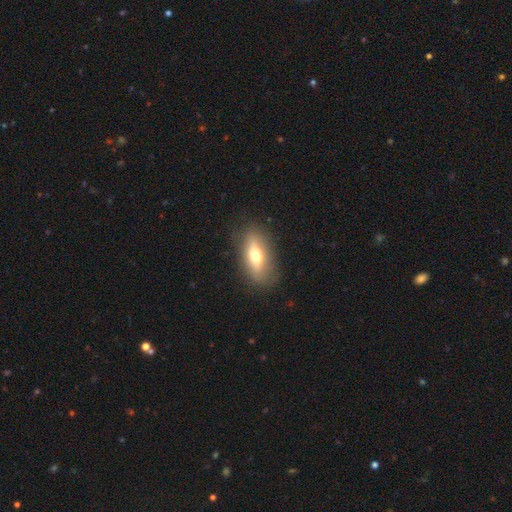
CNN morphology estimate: Smooth or featured? Predicted: smooth (p=0.62). How rounded? Predicted: in between (p=0.73). Merging? Predicted: none (p=0.82).